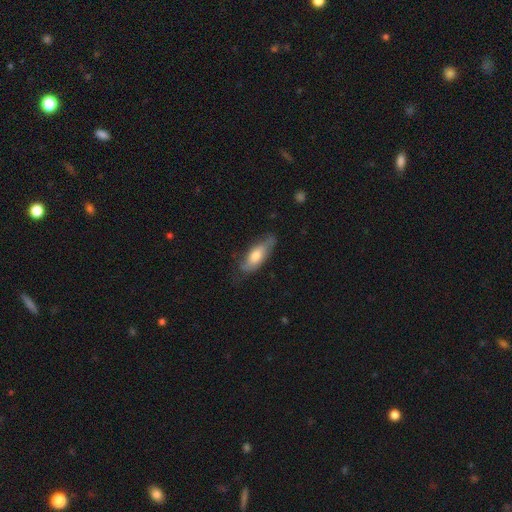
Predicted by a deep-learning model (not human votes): Smooth or featured?
  - smooth: 64% *
  - featured or disk: 30%
  - star or artifact: 6%
How rounded?
  - in between: 66% *
  - cigar-shaped: 32%
  - round: 2%
Merging?
  - none: 63% *
  - minor disturbance: 28%
  - major disturbance: 7%
  - merger: 2%